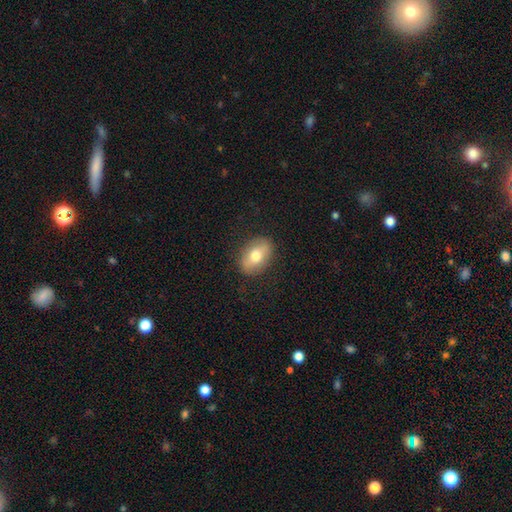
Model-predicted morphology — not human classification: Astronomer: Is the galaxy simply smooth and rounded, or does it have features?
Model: smooth — 63%.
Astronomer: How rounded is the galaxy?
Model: in between — 83%.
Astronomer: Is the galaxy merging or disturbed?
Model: none — 86%.